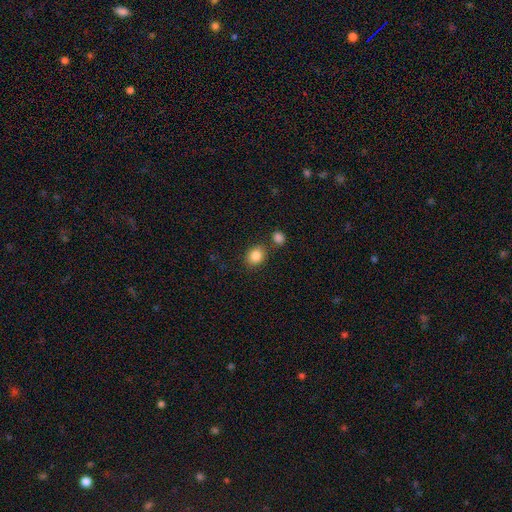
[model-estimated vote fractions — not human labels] This is clearly a smooth galaxy (86%). How rounded: likely round (62%). Merging: likely none (75%).